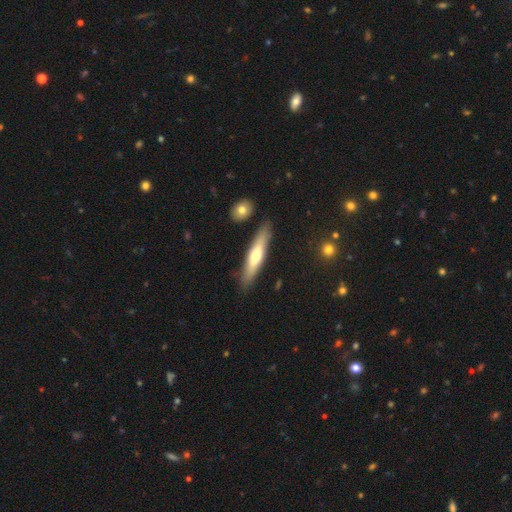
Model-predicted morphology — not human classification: Smooth or featured?
  - smooth: 52% *
  - featured or disk: 42%
  - star or artifact: 5%
How rounded?
  - cigar-shaped: 82% *
  - in between: 16%
  - round: 2%
Merging?
  - none: 85% *
  - minor disturbance: 10%
  - merger: 3%
  - major disturbance: 2%